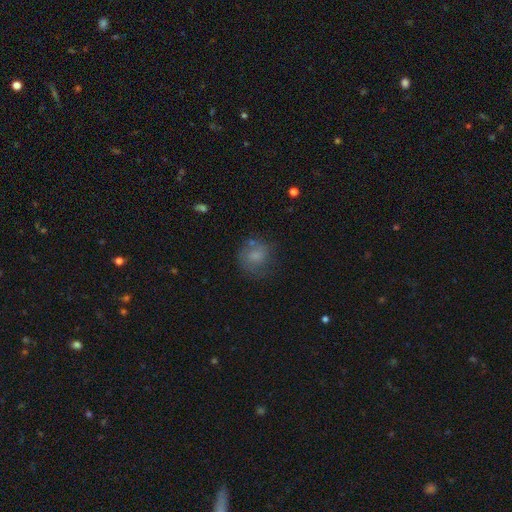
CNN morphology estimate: A smooth galaxy with no disk features (68%) that is round (79%).

Vote fractions:
- Smooth or featured? smooth: 68% / featured or disk: 21% / star or artifact: 11%
- How rounded? round: 79% / in between: 20% / cigar-shaped: 1%
- Merging? none: 60% / minor disturbance: 22% / major disturbance: 12% / merger: 5%